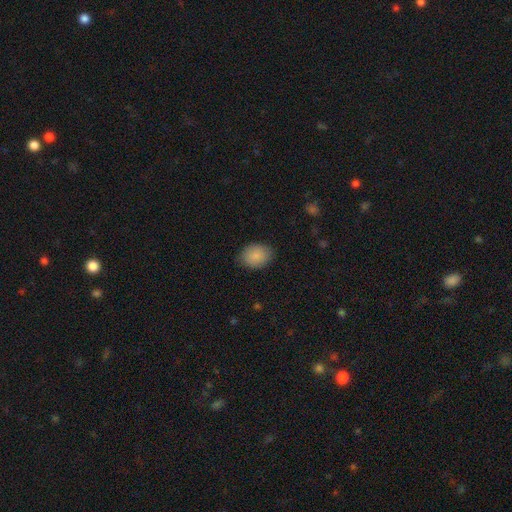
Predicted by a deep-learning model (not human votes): smooth_or_featured: smooth (p=0.88) [alt: star or artifact p=0.07]
how_rounded: in between (p=0.65) [alt: round p=0.34]
merging: none (p=0.83) [alt: minor disturbance p=0.13]